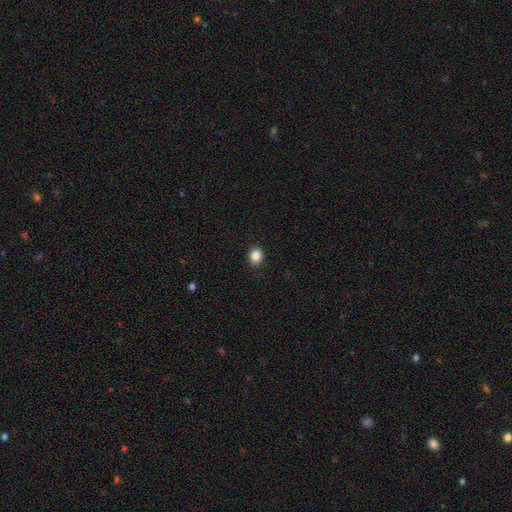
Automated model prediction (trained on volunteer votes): smooth_or_featured: smooth (p=0.87) [alt: star or artifact p=0.10]
how_rounded: round (p=0.51) [alt: in between p=0.48]
merging: none (p=0.89) [alt: minor disturbance p=0.08]